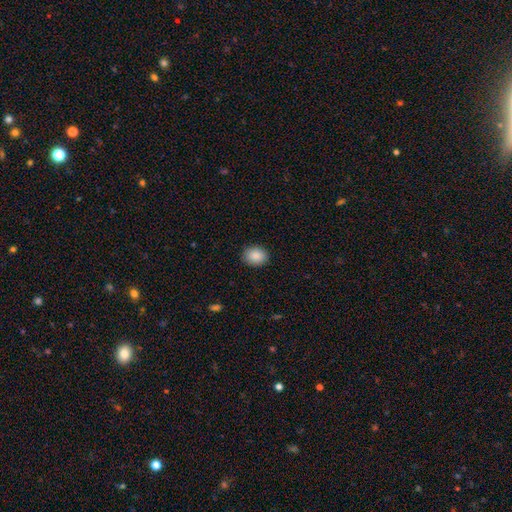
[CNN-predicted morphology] Overall: smooth (89%). How rounded: in between (55%; round 44%). Merging: none (89%).